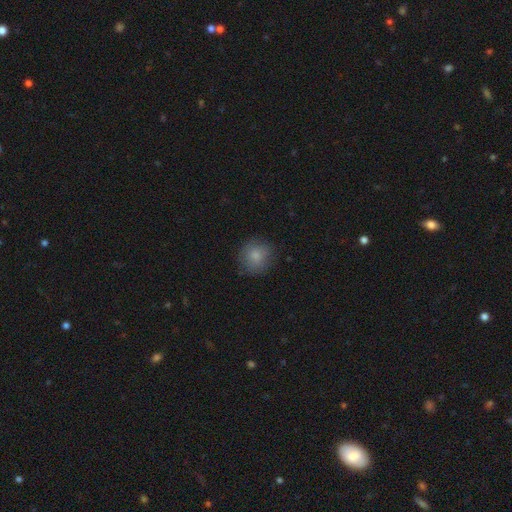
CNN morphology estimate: smooth 83%, featured or disk 9%, star or artifact 8%. Down the decision tree: how rounded — round (89%); merging — none (79%).